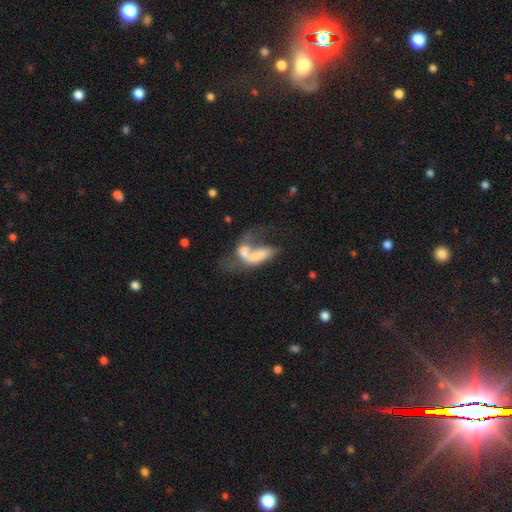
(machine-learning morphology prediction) type=smooth (46%); merging=merger (56%).